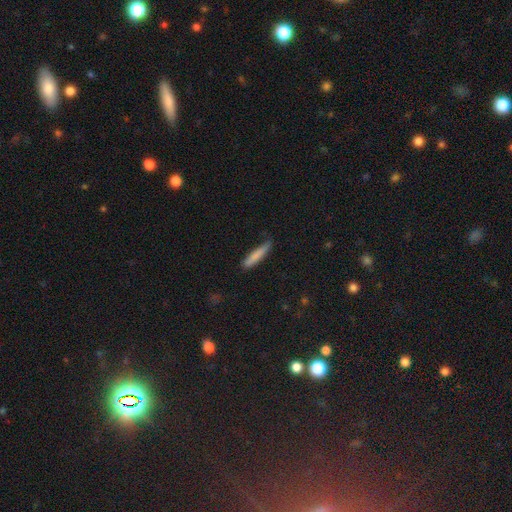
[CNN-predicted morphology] A smooth galaxy with no disk features (80%) that is cigar-shaped (91%).

Vote fractions:
- Smooth or featured? smooth: 80% / featured or disk: 14% / star or artifact: 6%
- How rounded? cigar-shaped: 91% / in between: 8% / round: 1%
- Merging? none: 73% / minor disturbance: 22% / major disturbance: 3% / merger: 2%